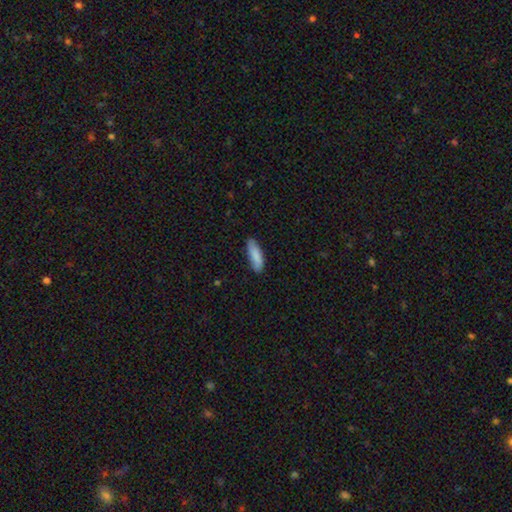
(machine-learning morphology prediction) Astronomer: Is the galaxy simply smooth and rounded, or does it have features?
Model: smooth — 87%.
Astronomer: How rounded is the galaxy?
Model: in between — 51% (runner-up: cigar-shaped, 48%).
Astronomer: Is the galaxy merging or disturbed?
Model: none — 82%.